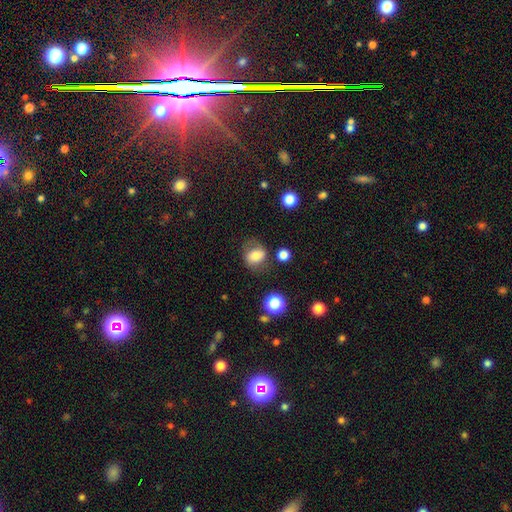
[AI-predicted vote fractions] Morphology: type=smooth (66%); roundness=round (50%); merging=none (63%).